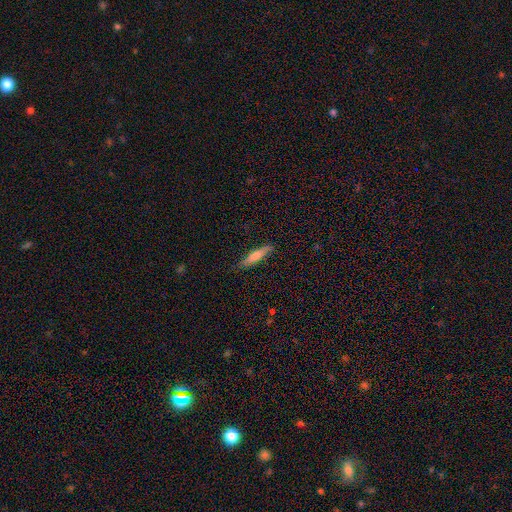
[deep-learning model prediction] This appears to be a smooth galaxy with no disk features (57%) that is cigar-shaped (84%). Merging: none (81%).